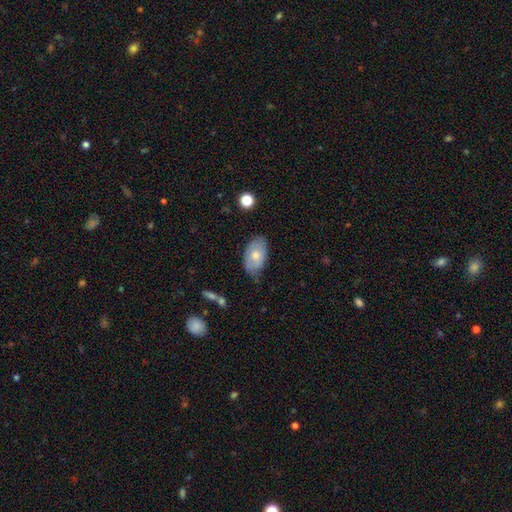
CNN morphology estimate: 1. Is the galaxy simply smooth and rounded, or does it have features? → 59% smooth, 35% featured or disk, 6% star or artifact.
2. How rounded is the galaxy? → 92% in between, 7% round, 1% cigar-shaped.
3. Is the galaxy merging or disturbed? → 62% none, 30% minor disturbance, 6% major disturbance, 2% merger.